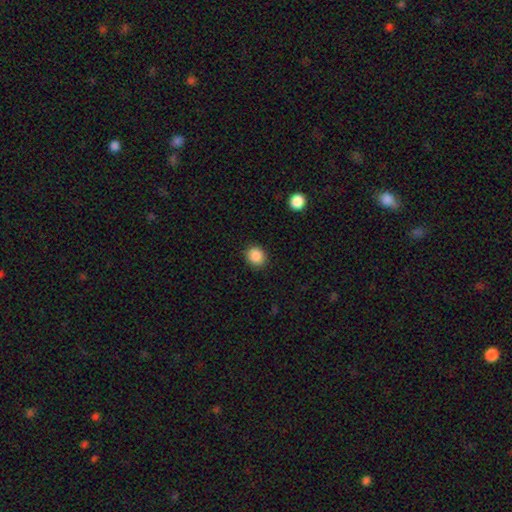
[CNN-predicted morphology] A smooth galaxy with no disk features (88%) that is round (79%). Merging: none (90%).